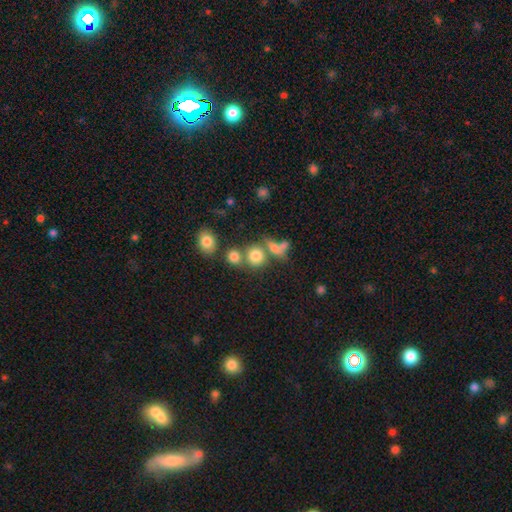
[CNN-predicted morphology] This is likely a smooth galaxy (77%). How rounded: clearly round (81%). Merging: possibly none (53%).